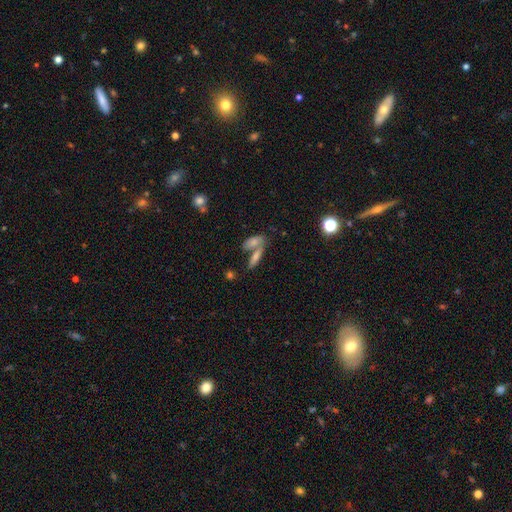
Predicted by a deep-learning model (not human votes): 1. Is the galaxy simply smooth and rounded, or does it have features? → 54% smooth, 30% featured or disk, 16% star or artifact.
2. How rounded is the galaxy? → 54% in between, 38% cigar-shaped, 9% round.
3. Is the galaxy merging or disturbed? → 46% merger, 39% none, 9% minor disturbance, 5% major disturbance.